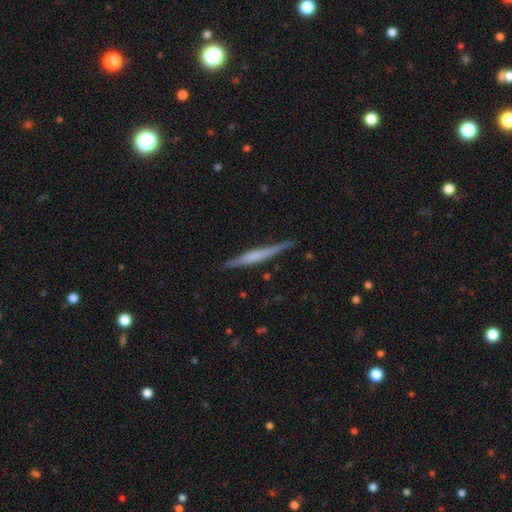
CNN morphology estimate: Q: Smooth or featured?
A: featured or disk (64%); runner-up: smooth (31%)
Q: Edge-on disk?
A: yes (97%); runner-up: no (3%)
Q: Edge-on bulge?
A: none (41%); runner-up: rounded (31%)
Q: Merging?
A: none (87%); runner-up: minor disturbance (10%)